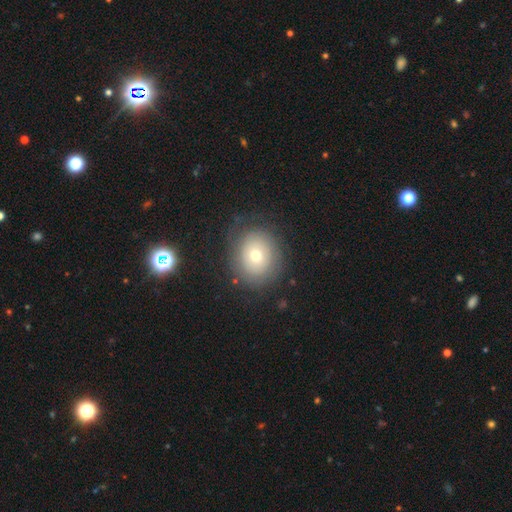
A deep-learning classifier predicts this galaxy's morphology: type=smooth (62%); roundness=round (75%); merging=none (78%).